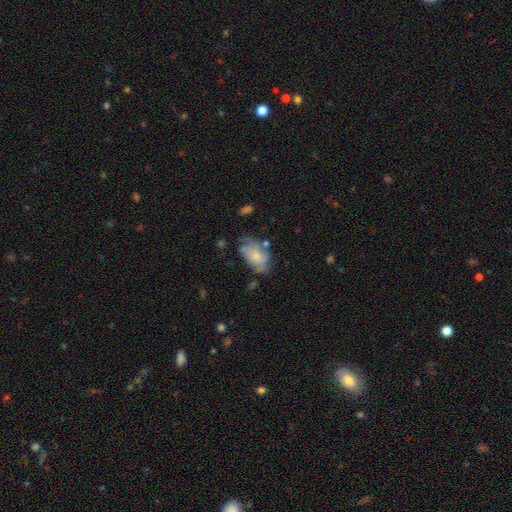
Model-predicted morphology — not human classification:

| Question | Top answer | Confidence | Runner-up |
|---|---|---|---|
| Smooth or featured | smooth | 49% | featured or disk (44%) |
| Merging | none | 45% | minor disturbance (31%) |